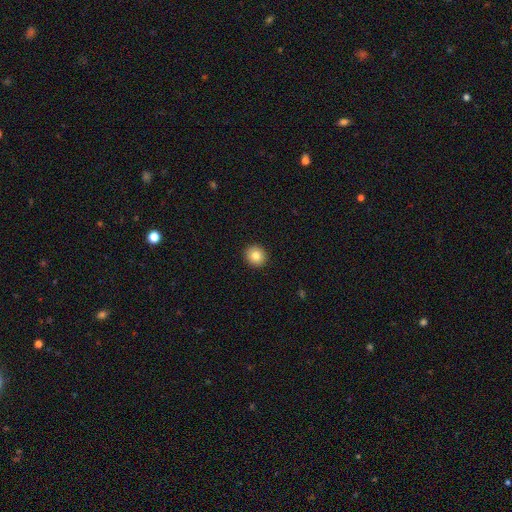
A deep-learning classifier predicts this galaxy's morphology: Smooth or featured? smooth (82%)
How rounded? round (90%)
Merging? none (93%)